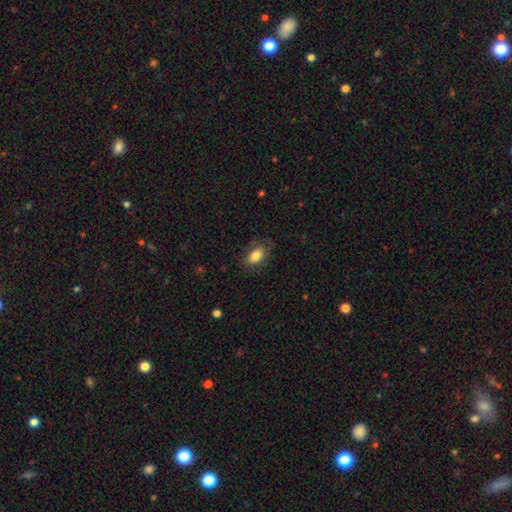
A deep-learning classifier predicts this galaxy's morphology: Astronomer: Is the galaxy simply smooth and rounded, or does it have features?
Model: smooth — 79%.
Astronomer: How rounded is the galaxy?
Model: in between — 91%.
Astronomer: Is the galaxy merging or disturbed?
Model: none — 76%.